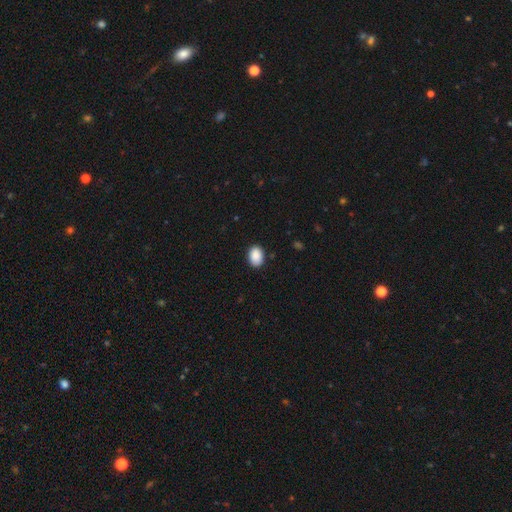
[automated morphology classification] smooth-or-featured: smooth: 90% | star or artifact: 7% | featured or disk: 3%
  how-rounded: in between: 78% | round: 21% | cigar-shaped: 1%
  merging: none: 88% | minor disturbance: 9% | major disturbance: 2% | merger: 1%